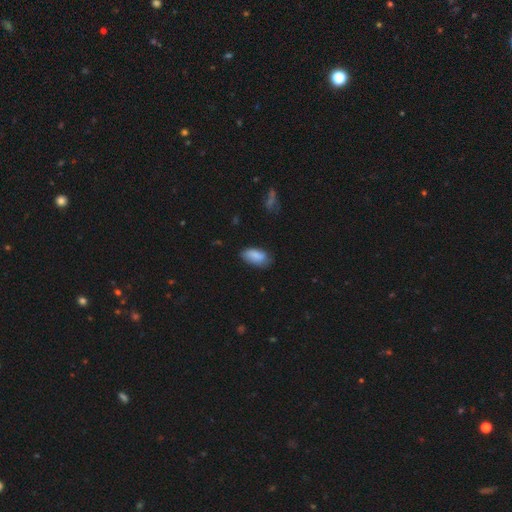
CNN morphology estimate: Q: Smooth or featured?
A: smooth (82%); runner-up: featured or disk (11%)
Q: How rounded?
A: in between (92%); runner-up: cigar-shaped (5%)
Q: Merging?
A: none (68%); runner-up: minor disturbance (25%)